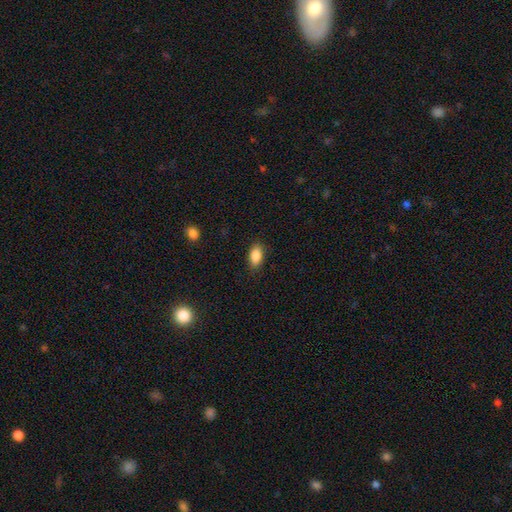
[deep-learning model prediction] Smooth or featured? smooth (88%)
How rounded? in between (91%)
Merging? none (87%)